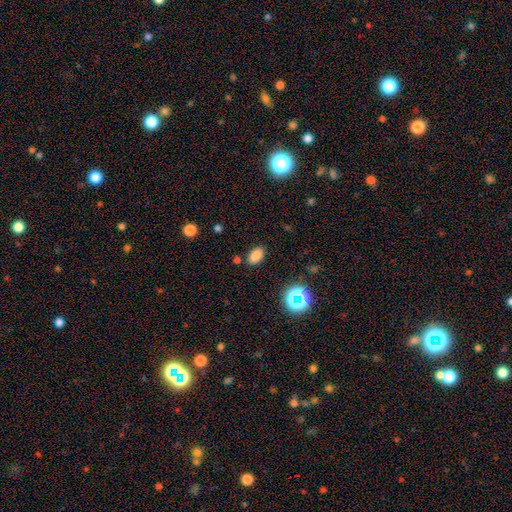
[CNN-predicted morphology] type=smooth (81%); roundness=in between (89%); merging=none (85%).